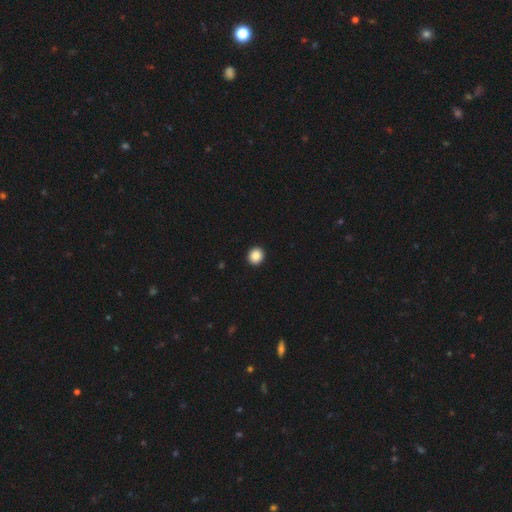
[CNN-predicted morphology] A smooth galaxy with no disk features (87%) that is round (87%). Merging: none (94%).